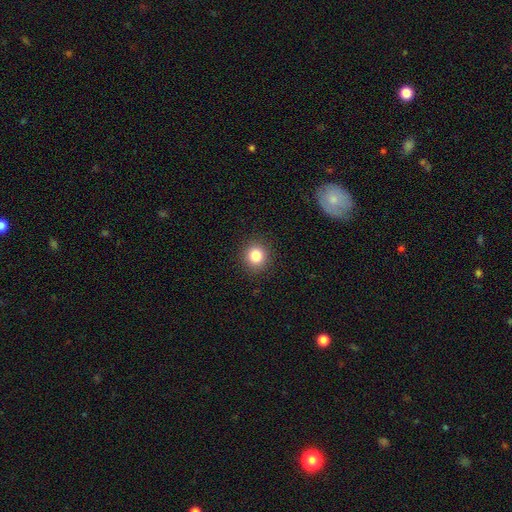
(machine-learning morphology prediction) Q: Smooth or featured?
A: smooth (84%); runner-up: star or artifact (11%)
Q: How rounded?
A: round (87%); runner-up: in between (12%)
Q: Merging?
A: none (91%); runner-up: minor disturbance (6%)